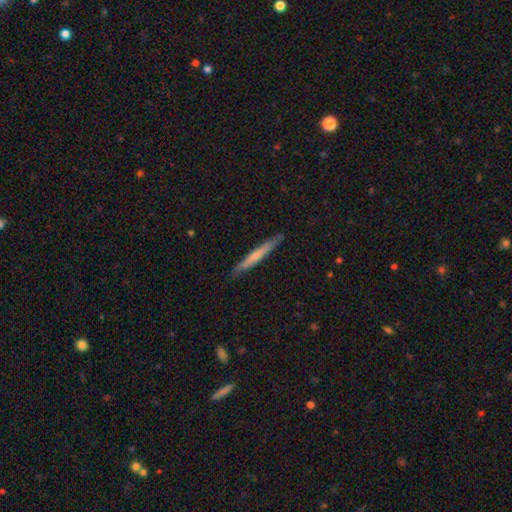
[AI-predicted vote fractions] This appears to be a smooth galaxy with no disk features (56%) that is cigar-shaped (96%). Merging: none (87%).